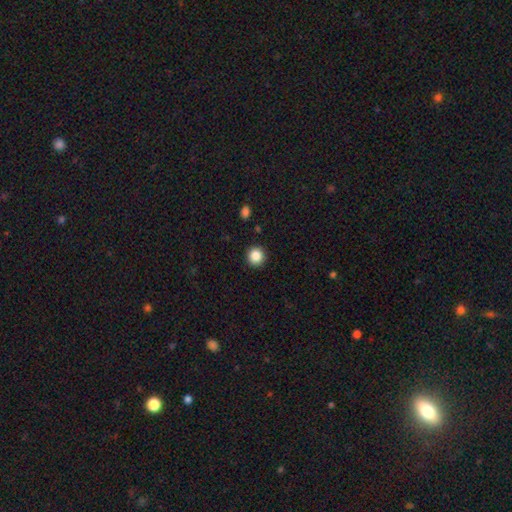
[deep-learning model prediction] This appears to be a smooth galaxy with no disk features (86%) that is round (94%). Merging: none (92%).